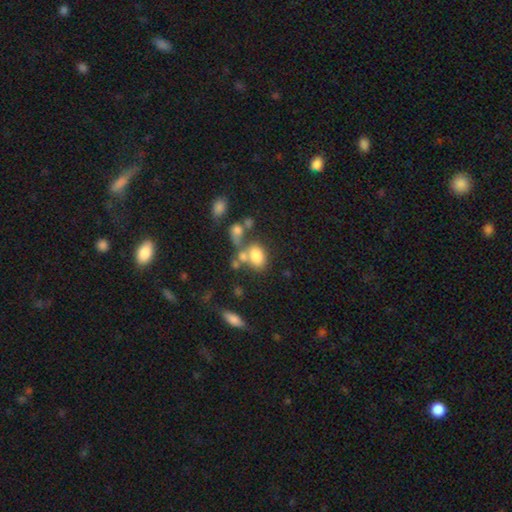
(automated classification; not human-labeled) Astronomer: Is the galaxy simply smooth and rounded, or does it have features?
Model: smooth — 78%.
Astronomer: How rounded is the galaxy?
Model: in between — 77%.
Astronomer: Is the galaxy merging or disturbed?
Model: none — 41% (runner-up: merger, 35%).